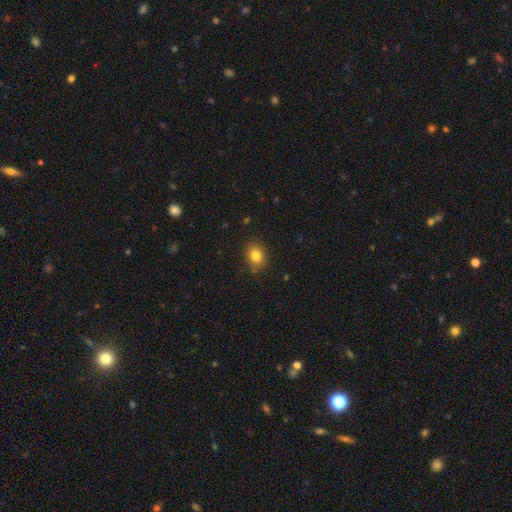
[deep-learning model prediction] This is clearly a smooth galaxy (82%). How rounded: possibly in between (50%). Merging: clearly none (85%).